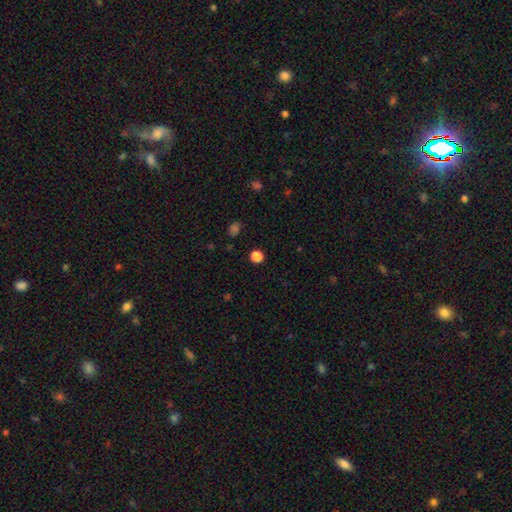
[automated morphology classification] This appears to be a smooth galaxy with no disk features (79%) that is round (82%). Merging: none (90%).